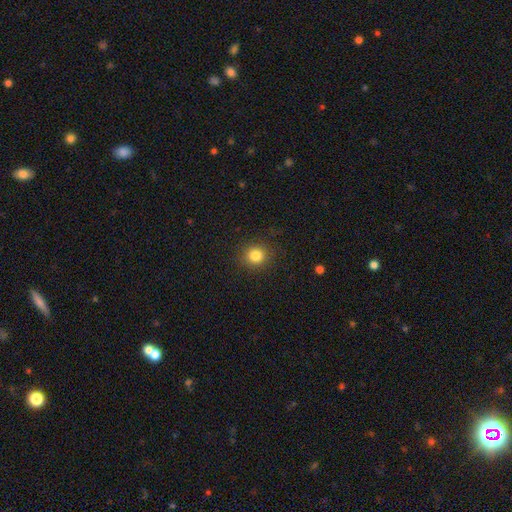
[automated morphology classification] A smooth galaxy with no disk features (83%) that is round (87%). Merging: none (89%).